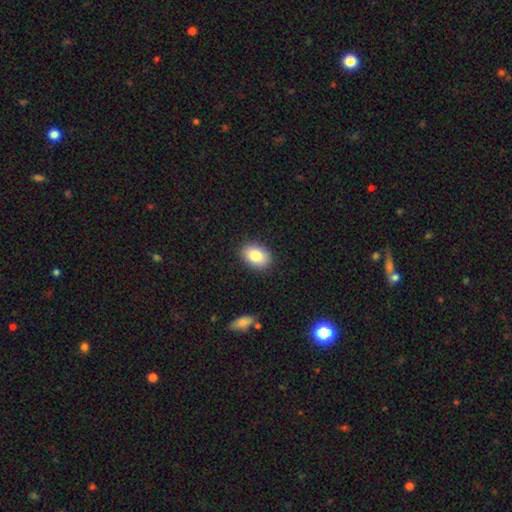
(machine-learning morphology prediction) The model was most divided on "how rounded": in between: 79%, round: 20%, cigar-shaped: 1%. More confident: merging — none (88%); smooth or featured — smooth (83%).